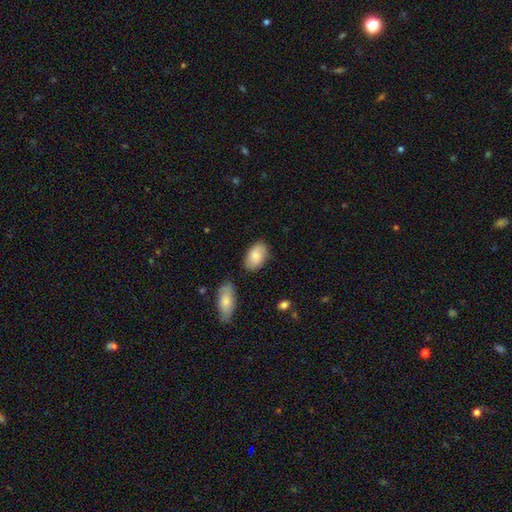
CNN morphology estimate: This is clearly a smooth galaxy (80%). How rounded: clearly in between (92%). Merging: likely none (75%).